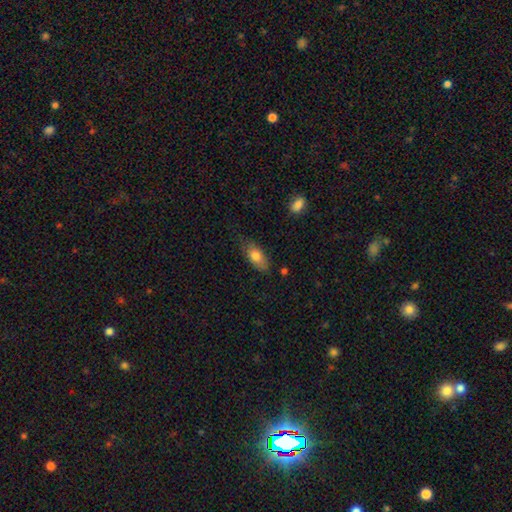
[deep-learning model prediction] Smooth or featured?
  - smooth: 76% *
  - featured or disk: 17%
  - star or artifact: 7%
How rounded?
  - in between: 85% *
  - cigar-shaped: 11%
  - round: 4%
Merging?
  - none: 67% *
  - minor disturbance: 26%
  - major disturbance: 6%
  - merger: 2%